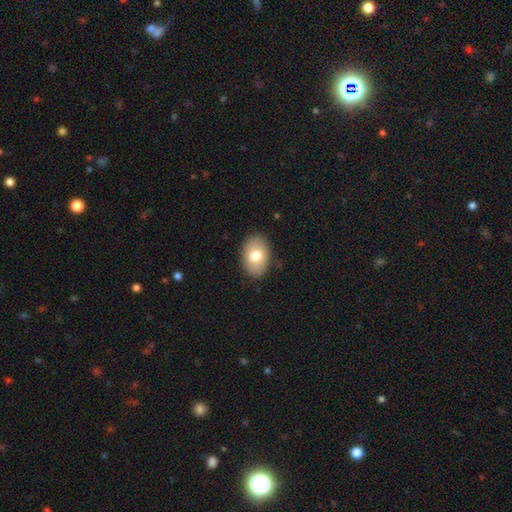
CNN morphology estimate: type=smooth (74%); roundness=in between (87%); merging=none (87%).